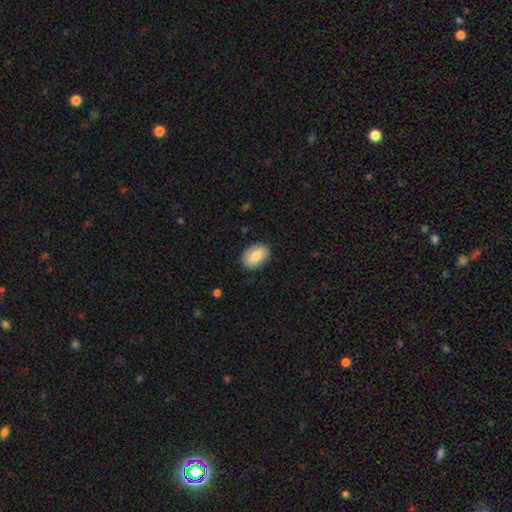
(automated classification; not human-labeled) Smooth or featured: smooth — 82% (featured or disk — 12%)
How rounded: in between — 83% (round — 16%)
Merging: none — 85% (minor disturbance — 12%)